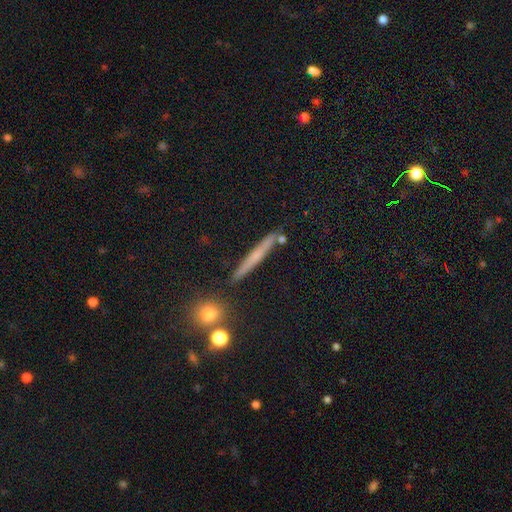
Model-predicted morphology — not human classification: This appears to be a smooth galaxy with no disk features (46%). Merging: none (86%).